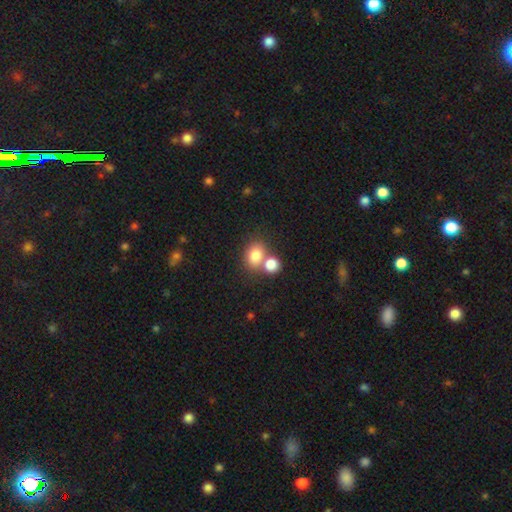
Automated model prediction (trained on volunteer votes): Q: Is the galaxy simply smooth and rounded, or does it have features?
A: smooth — 81%.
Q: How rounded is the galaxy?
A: in between — 51%.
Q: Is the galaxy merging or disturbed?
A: merger — 46%.